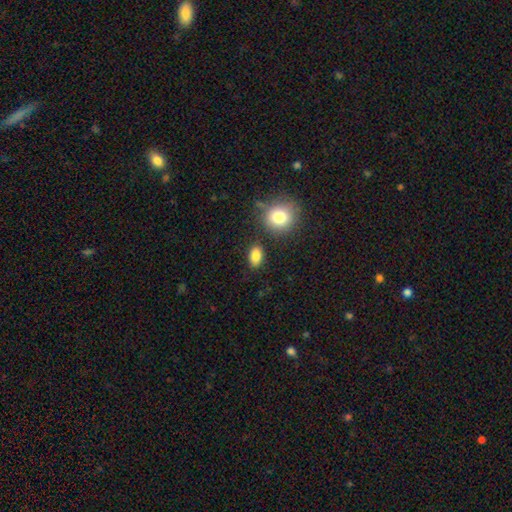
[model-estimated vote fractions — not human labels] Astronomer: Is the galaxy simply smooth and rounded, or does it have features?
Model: smooth — 86%.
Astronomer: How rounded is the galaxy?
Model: in between — 85%.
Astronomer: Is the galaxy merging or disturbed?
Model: none — 81%.